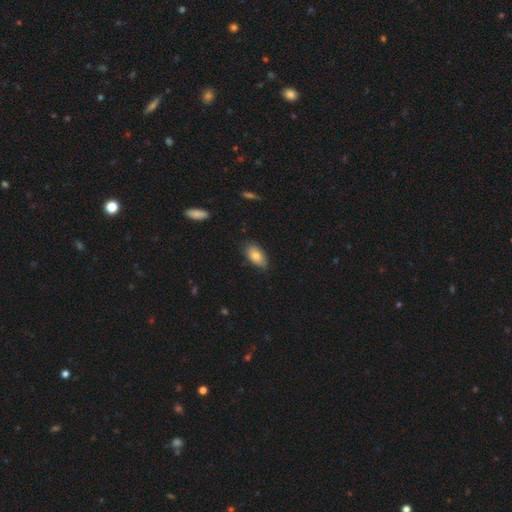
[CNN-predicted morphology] Smooth or featured? Predicted: smooth (p=0.81). How rounded? Predicted: in between (p=0.92). Merging? Predicted: none (p=0.77).